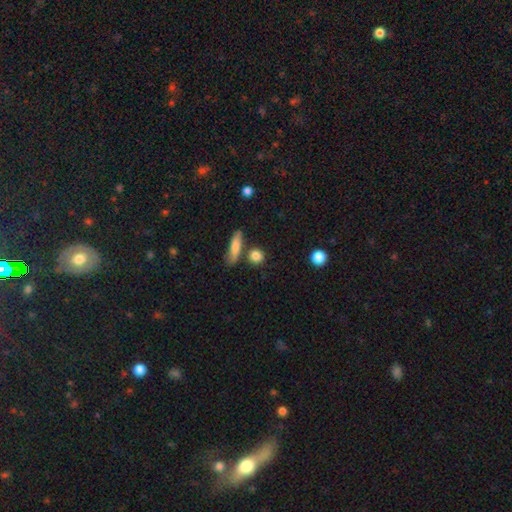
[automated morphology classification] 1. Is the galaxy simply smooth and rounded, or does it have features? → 84% smooth, 9% star or artifact, 7% featured or disk.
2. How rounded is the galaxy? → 76% round, 16% in between, 7% cigar-shaped.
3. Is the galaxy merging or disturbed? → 75% none, 11% merger, 11% minor disturbance, 3% major disturbance.